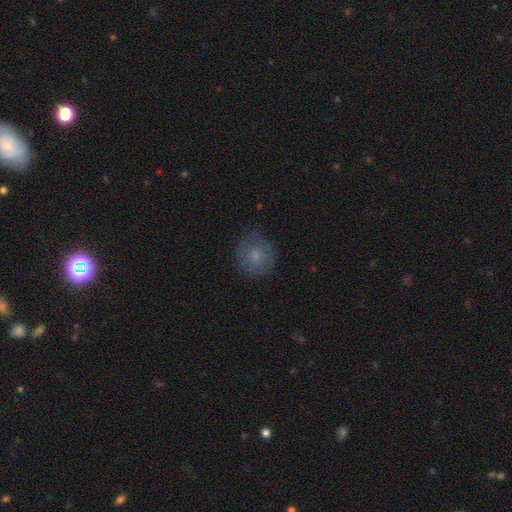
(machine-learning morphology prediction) A smooth galaxy with no disk features (73%) that is round (90%).

Vote fractions:
- Smooth or featured? smooth: 73% / featured or disk: 18% / star or artifact: 9%
- How rounded? round: 90% / in between: 9% / cigar-shaped: 1%
- Merging? none: 77% / minor disturbance: 16% / major disturbance: 6% / merger: 1%